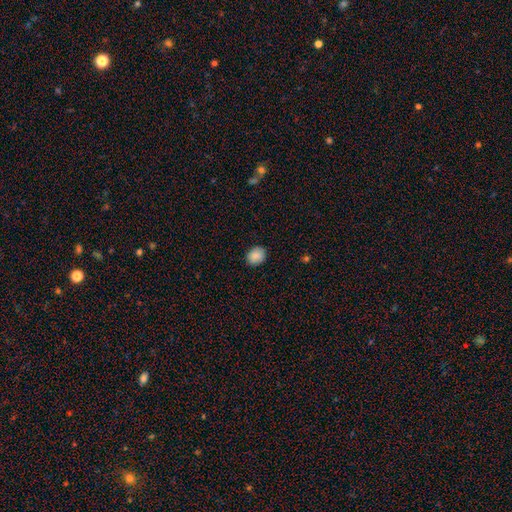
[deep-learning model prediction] This is clearly a smooth galaxy (88%). How rounded: likely round (69%). Merging: clearly none (88%).